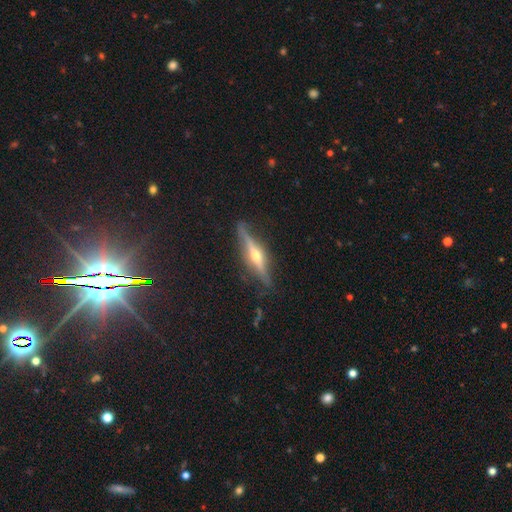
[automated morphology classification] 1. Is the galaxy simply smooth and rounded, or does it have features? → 79% featured or disk, 14% smooth, 8% star or artifact.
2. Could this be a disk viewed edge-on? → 96% yes, 4% no.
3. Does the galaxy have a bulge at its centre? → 92% rounded, 4% boxy, 4% none.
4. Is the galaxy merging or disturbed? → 85% none, 11% minor disturbance, 3% major disturbance, 1% merger.